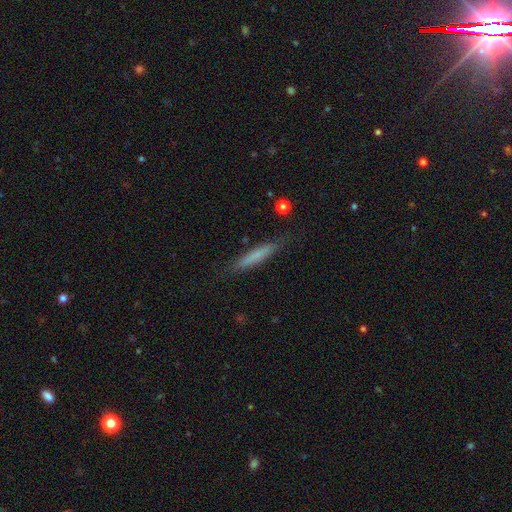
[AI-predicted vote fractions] This appears to be a smooth galaxy with no disk features (69%) that is cigar-shaped (93%). Merging: none (83%).